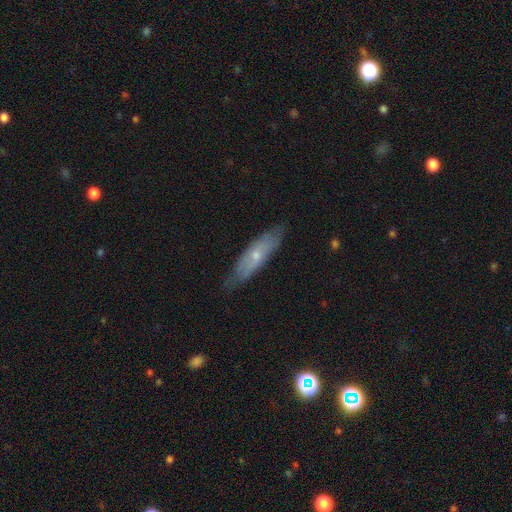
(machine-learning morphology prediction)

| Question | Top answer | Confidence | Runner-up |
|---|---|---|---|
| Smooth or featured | smooth | 49% | featured or disk (45%) |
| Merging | none | 75% | minor disturbance (20%) |